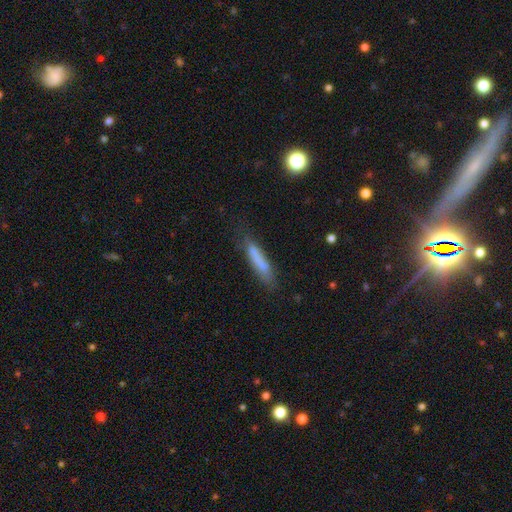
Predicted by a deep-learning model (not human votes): A smooth galaxy with no disk features (71%) that is cigar-shaped (88%). Merging: none (69%).